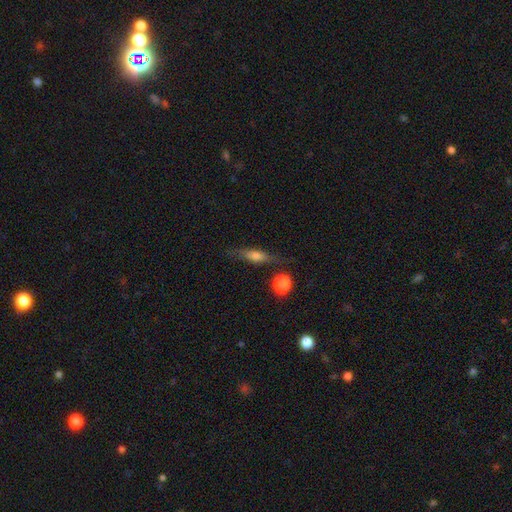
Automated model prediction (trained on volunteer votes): smooth 49%, featured or disk 41%, star or artifact 10%. Down the decision tree: merging — none (73%).